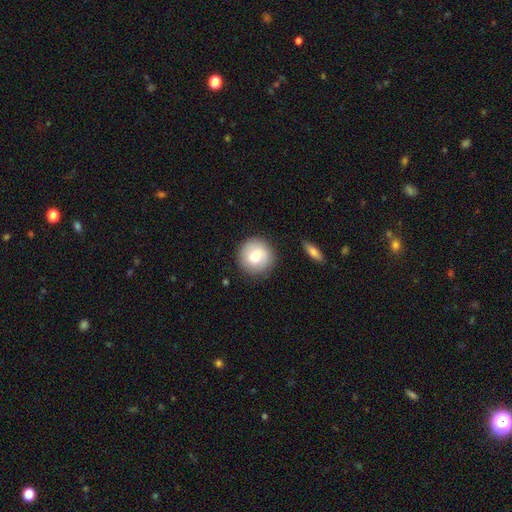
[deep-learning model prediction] The model was most divided on "smooth or featured": smooth: 74%, featured or disk: 19%, star or artifact: 7%. More confident: how rounded — round (92%); merging — none (84%).